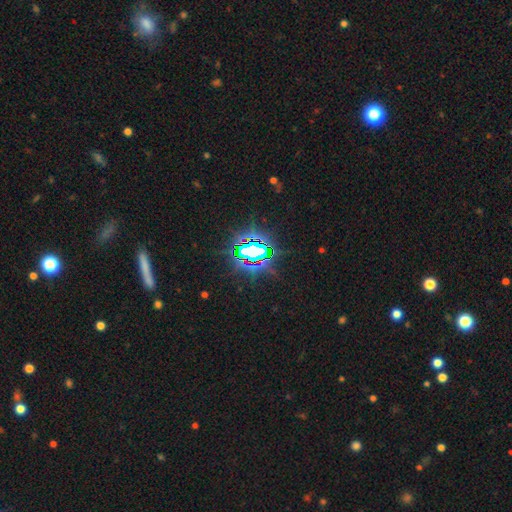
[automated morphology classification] This is likely a star or artifact rather than a galaxy (76%).